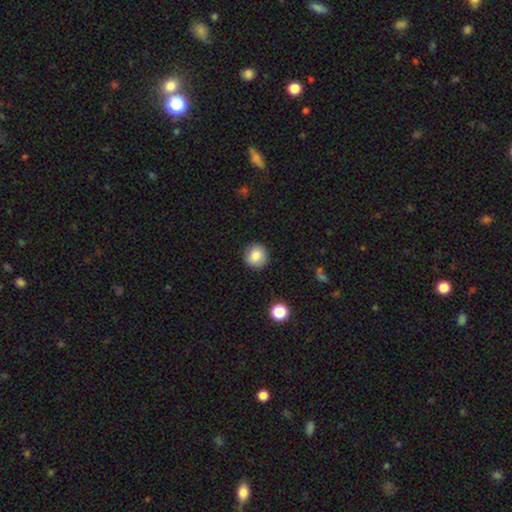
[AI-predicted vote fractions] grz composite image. It shows a smooth galaxy with no disk features (84%) that is round (93%). Merging: none (89%).